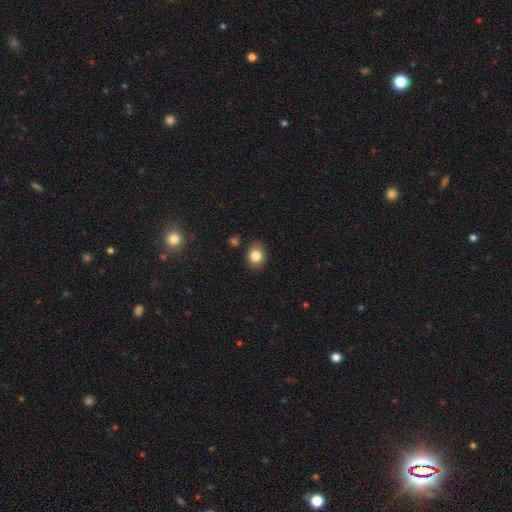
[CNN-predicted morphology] The model was most divided on "how rounded": round: 55%, in between: 45%, cigar-shaped: 1%. More confident: merging — none (85%); smooth or featured — smooth (83%).